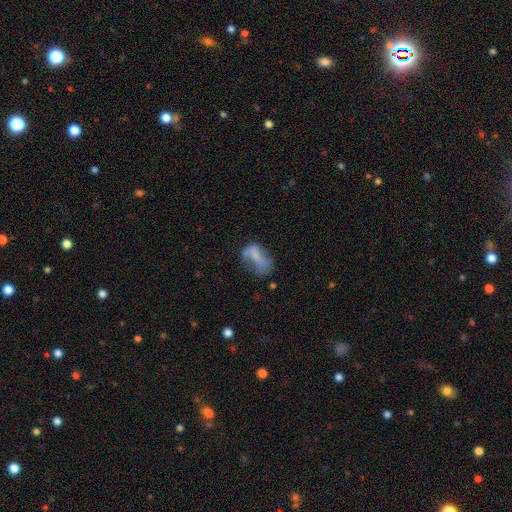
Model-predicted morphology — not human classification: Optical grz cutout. It shows a smooth galaxy with no disk features (53%) that is in between round and cigar-shaped (84%). Merging: major disturbance (37%).